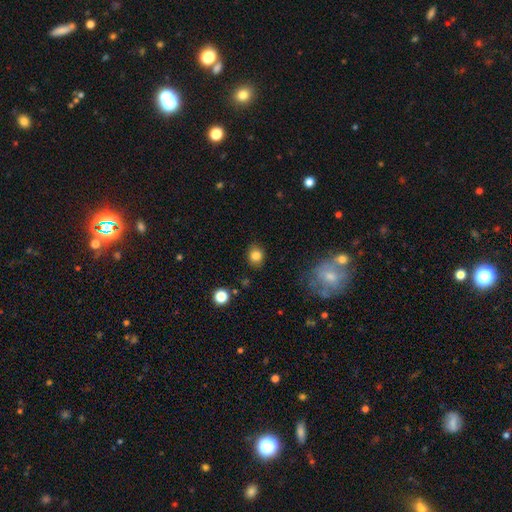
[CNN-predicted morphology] This is clearly a smooth galaxy (83%). How rounded: likely round (64%). Merging: clearly none (85%).